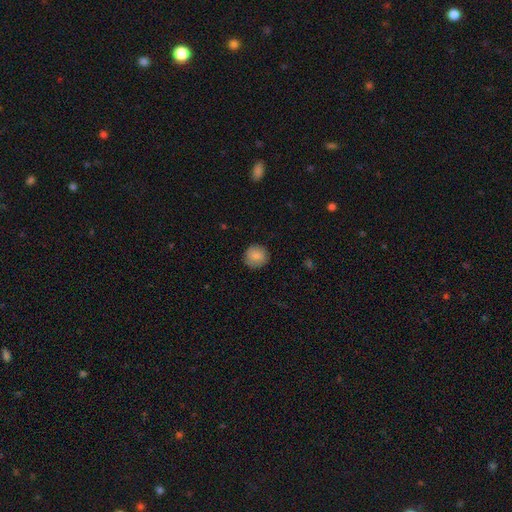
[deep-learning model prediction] This is clearly a smooth galaxy (84%). How rounded: clearly round (91%). Merging: clearly none (86%).